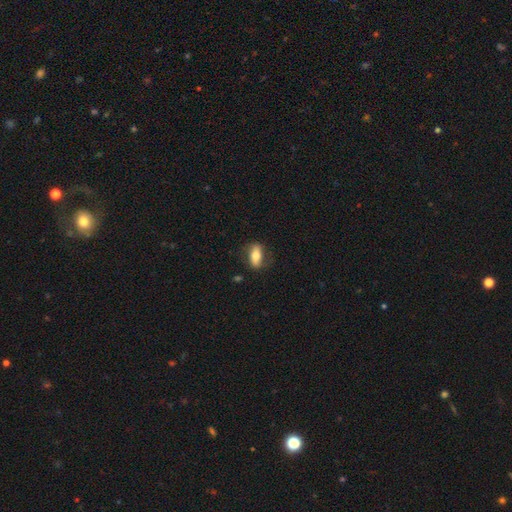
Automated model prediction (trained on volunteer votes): Smooth or featured? Predicted: smooth (p=0.60). How rounded? Predicted: in between (p=0.78). Merging? Predicted: none (p=0.74).